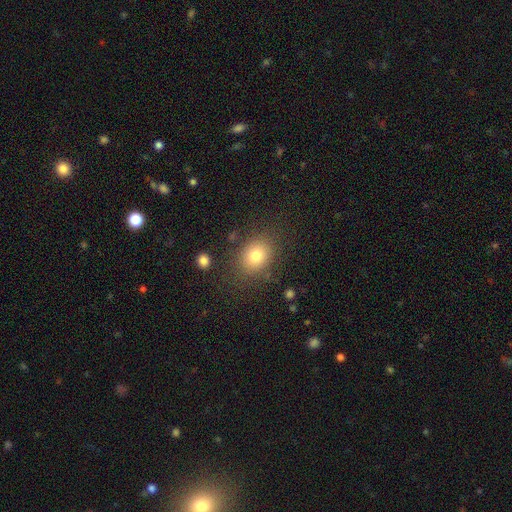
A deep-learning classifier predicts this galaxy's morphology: A smooth galaxy with no disk features (78%) that is in between round and cigar-shaped (50%).

Vote fractions:
- Smooth or featured? smooth: 78% / star or artifact: 11% / featured or disk: 10%
- How rounded? in between: 50% / round: 49% / cigar-shaped: 1%
- Merging? none: 81% / minor disturbance: 11% / major disturbance: 5% / merger: 2%